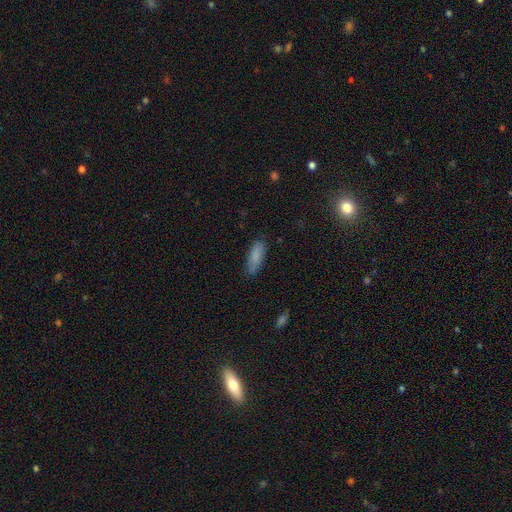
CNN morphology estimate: A smooth galaxy with no disk features (83%) that is in between round and cigar-shaped (60%).

Vote fractions:
- Smooth or featured? smooth: 83% / featured or disk: 9% / star or artifact: 7%
- How rounded? in between: 60% / cigar-shaped: 39% / round: 2%
- Merging? none: 77% / minor disturbance: 18% / major disturbance: 3% / merger: 2%